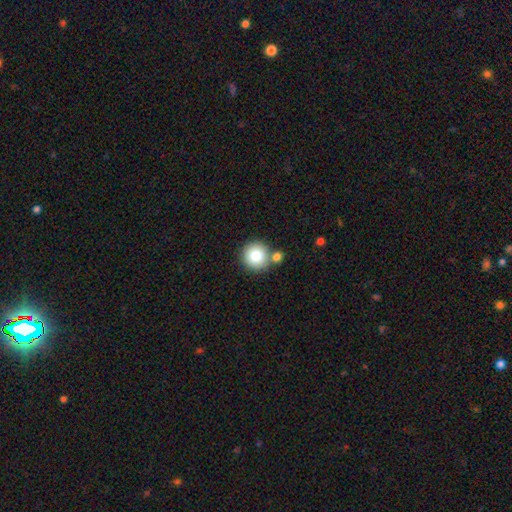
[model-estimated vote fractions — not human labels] The model was most divided on "merging": none: 72%, merger: 18%, minor disturbance: 8%, major disturbance: 2%. More confident: how rounded — round (94%); smooth or featured — smooth (79%).